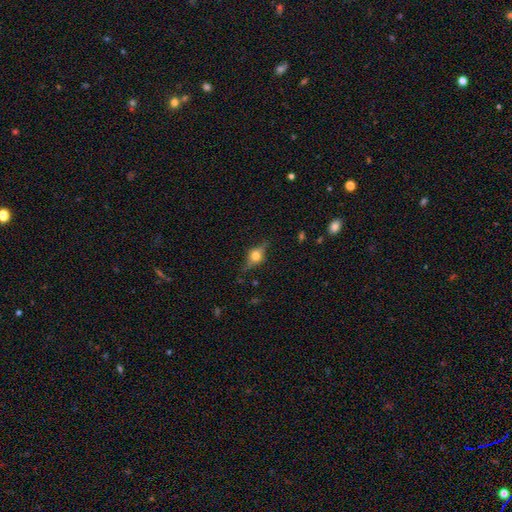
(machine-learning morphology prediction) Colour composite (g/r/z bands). It shows a featured or disk galaxy (61%) viewed edge-on (93%) with a rounded central bulge (94%). Merging: none (80%).